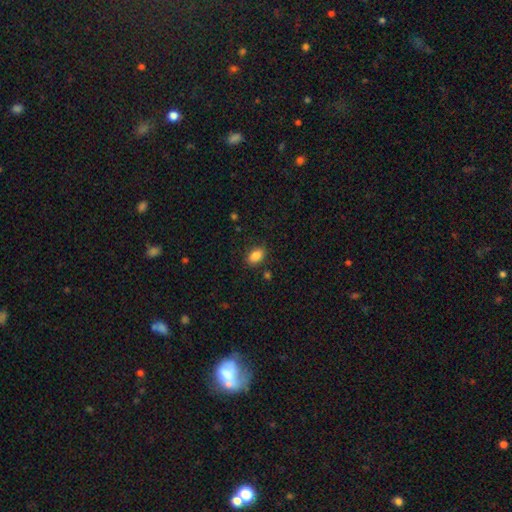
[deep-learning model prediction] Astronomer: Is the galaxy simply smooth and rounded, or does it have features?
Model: smooth — 86%.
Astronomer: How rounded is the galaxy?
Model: in between — 86%.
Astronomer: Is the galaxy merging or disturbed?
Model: none — 85%.